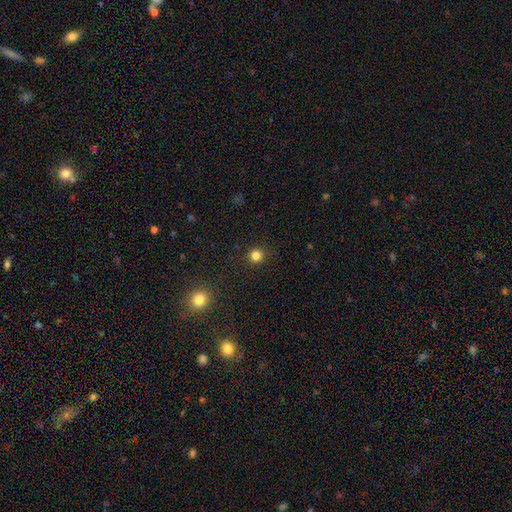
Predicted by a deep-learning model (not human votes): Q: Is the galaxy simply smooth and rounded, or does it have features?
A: smooth — 82%.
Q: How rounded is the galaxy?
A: round — 91%.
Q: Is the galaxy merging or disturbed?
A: none — 90%.